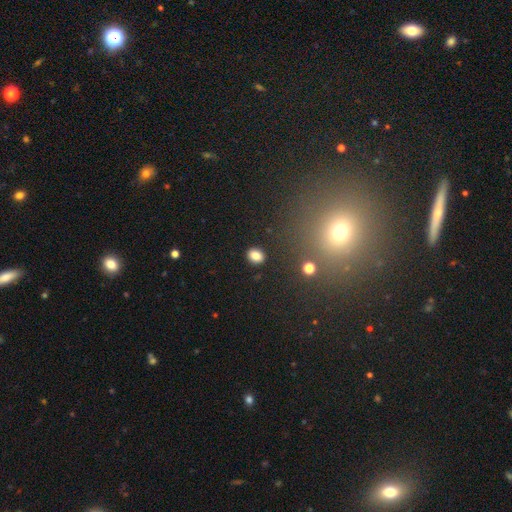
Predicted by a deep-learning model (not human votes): Overall: smooth (84%). How rounded: in between (56%; round 43%). Merging: none (89%).